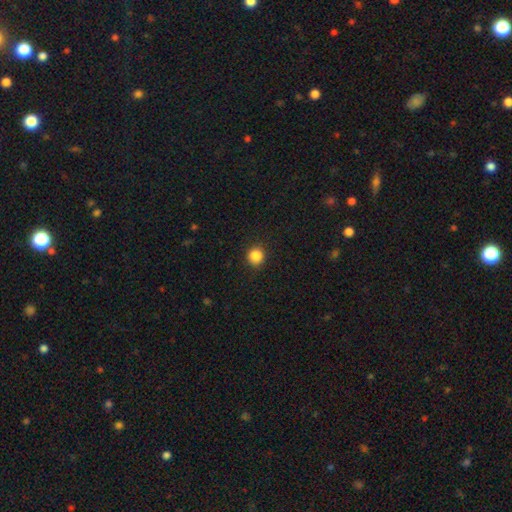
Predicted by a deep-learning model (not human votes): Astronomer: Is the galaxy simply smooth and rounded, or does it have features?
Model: smooth — 86%.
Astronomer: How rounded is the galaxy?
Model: round — 90%.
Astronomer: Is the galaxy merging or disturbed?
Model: none — 90%.